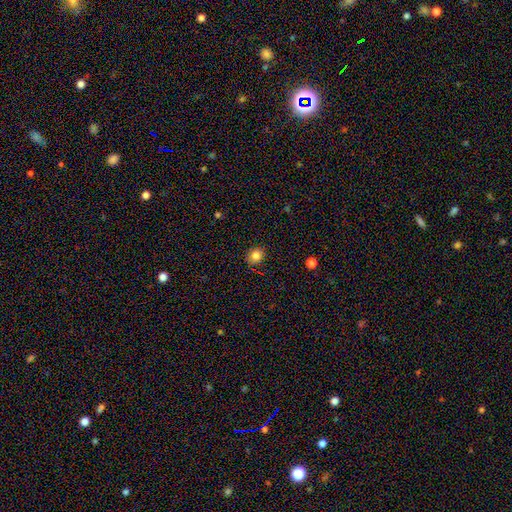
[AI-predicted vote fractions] A smooth galaxy with no disk features (83%) that is round (75%).

Vote fractions:
- Smooth or featured? smooth: 83% / star or artifact: 11% / featured or disk: 5%
- How rounded? round: 75% / in between: 24% / cigar-shaped: 1%
- Merging? none: 88% / minor disturbance: 9% / major disturbance: 2% / merger: 1%